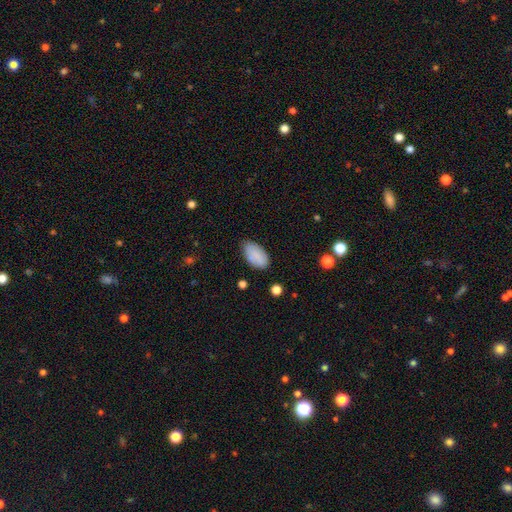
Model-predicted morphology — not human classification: Smooth or featured? Predicted: smooth (p=0.86). How rounded? Predicted: in between (p=0.94). Merging? Predicted: none (p=0.72).